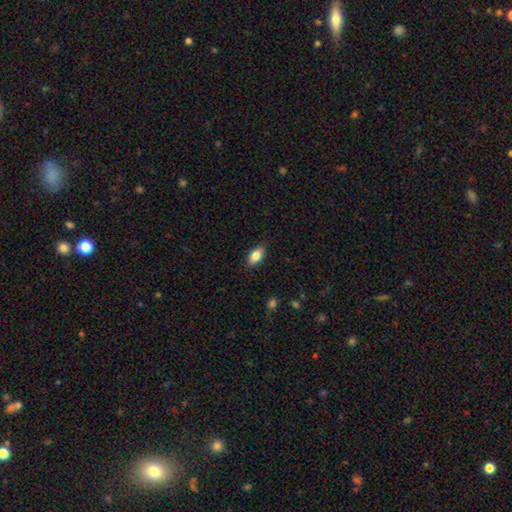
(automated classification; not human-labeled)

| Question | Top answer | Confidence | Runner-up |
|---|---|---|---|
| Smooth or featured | smooth | 84% | featured or disk (9%) |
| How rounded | in between | 89% | cigar-shaped (5%) |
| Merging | none | 85% | minor disturbance (12%) |